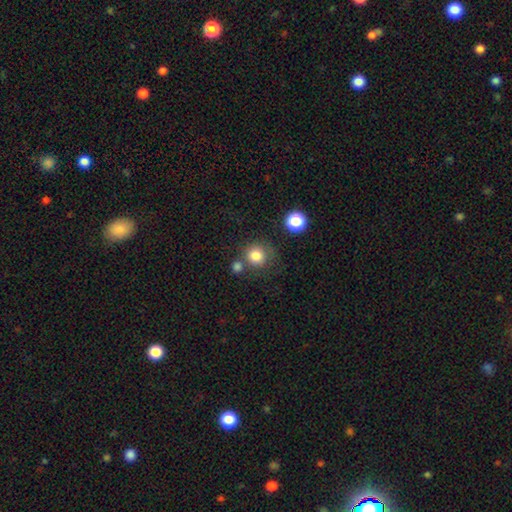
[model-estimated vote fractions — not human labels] smooth_or_featured: smooth (p=0.81) [alt: star or artifact p=0.12]
how_rounded: round (p=0.91) [alt: in between p=0.08]
merging: none (p=0.69) [alt: merger p=0.15]